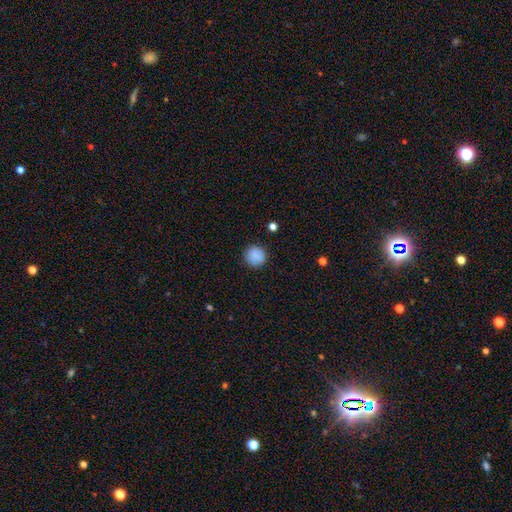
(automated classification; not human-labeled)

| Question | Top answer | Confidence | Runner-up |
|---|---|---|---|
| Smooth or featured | smooth | 88% | star or artifact (9%) |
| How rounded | round | 93% | in between (6%) |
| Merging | none | 89% | minor disturbance (7%) |